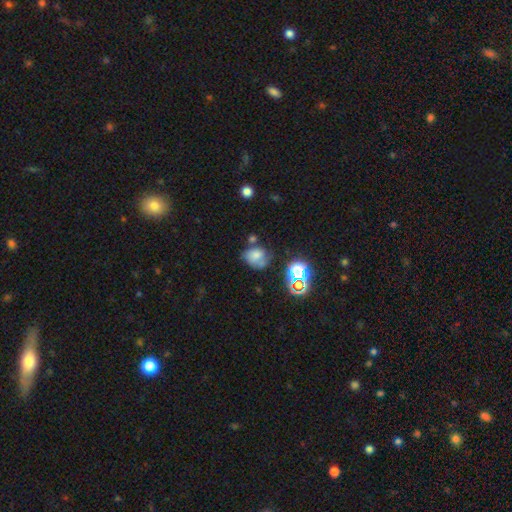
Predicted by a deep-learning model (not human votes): smooth-or-featured: smooth: 61% | featured or disk: 19% | star or artifact: 19%
  how-rounded: round: 57% | in between: 42% | cigar-shaped: 1%
  merging: none: 45% | minor disturbance: 28% | major disturbance: 14% | merger: 13%